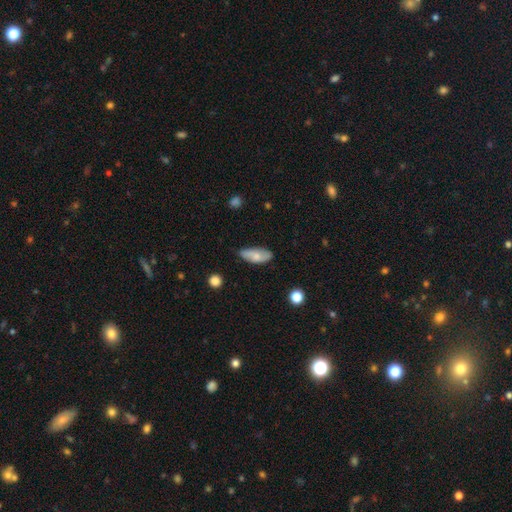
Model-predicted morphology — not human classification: A smooth galaxy with no disk features (69%) that is in between round and cigar-shaped (84%). Merging: none (69%).